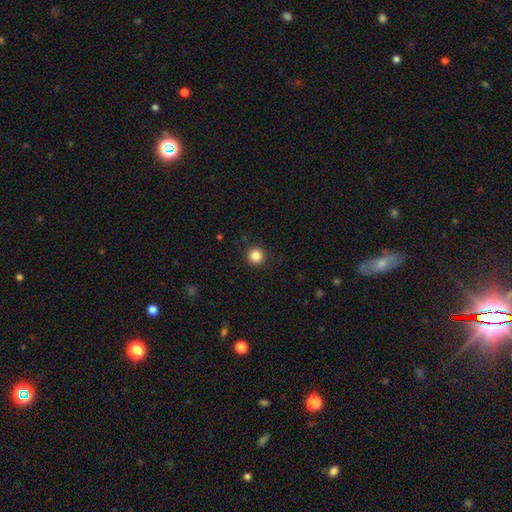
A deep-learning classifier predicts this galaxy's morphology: smooth 85%, star or artifact 11%, featured or disk 4%. Down the decision tree: how rounded — round (95%); merging — none (92%).